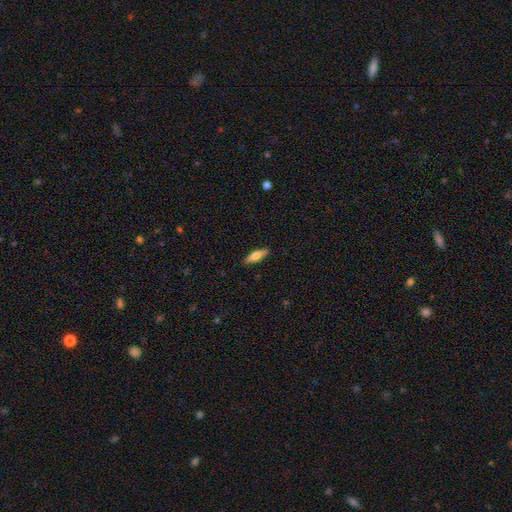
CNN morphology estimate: smooth 50%, featured or disk 43%, star or artifact 6%. Down the decision tree: how rounded — cigar-shaped (59%); merging — none (88%).